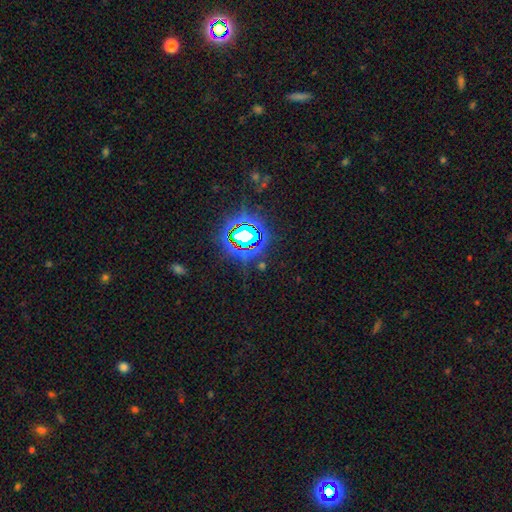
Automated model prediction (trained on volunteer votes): Smooth or featured?
  - star or artifact: 80% *
  - smooth: 12%
  - featured or disk: 8%